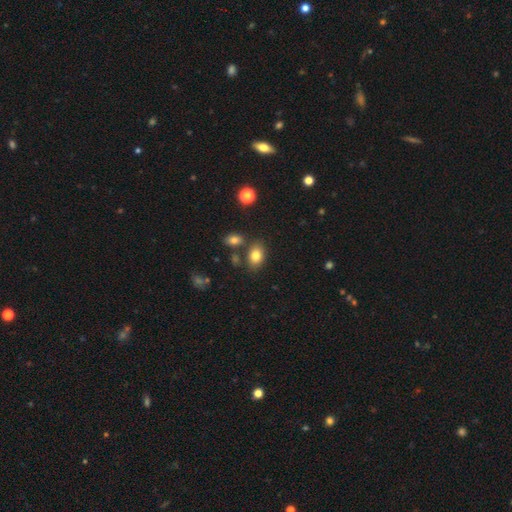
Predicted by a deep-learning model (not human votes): This is clearly a smooth galaxy (81%). How rounded: likely in between (79%). Merging: likely none (73%).